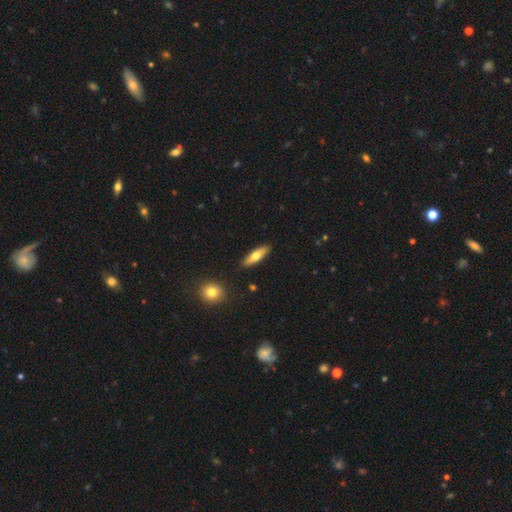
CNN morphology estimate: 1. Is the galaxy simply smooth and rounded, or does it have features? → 60% smooth, 34% featured or disk, 6% star or artifact.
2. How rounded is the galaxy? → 55% cigar-shaped, 42% in between, 3% round.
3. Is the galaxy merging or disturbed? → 89% none, 7% minor disturbance, 2% merger, 2% major disturbance.